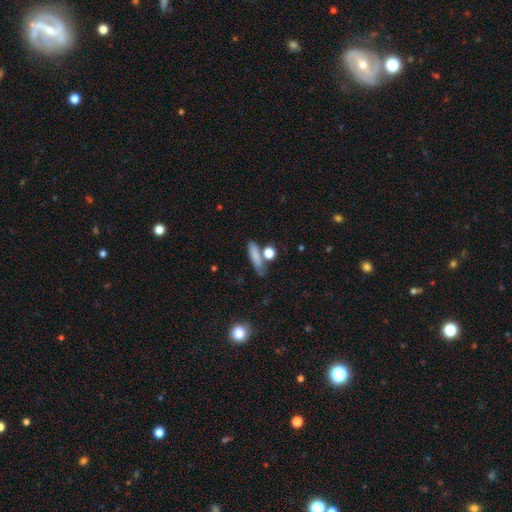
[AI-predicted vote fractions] This is likely a smooth galaxy (77%). How rounded: possibly cigar-shaped (53%). Merging: likely none (63%).